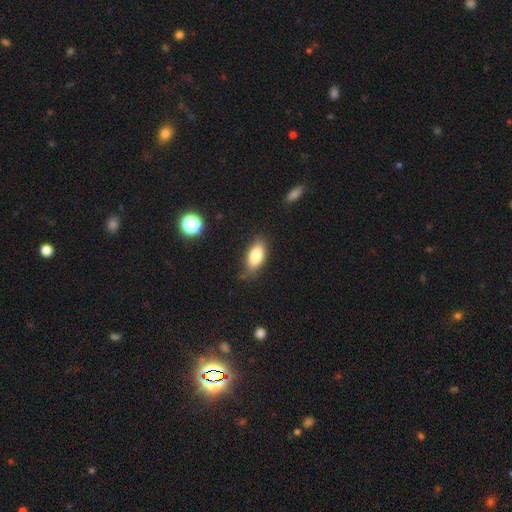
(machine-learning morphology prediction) This appears to be a smooth galaxy with no disk features (81%) that is in between round and cigar-shaped (88%). Merging: none (76%).